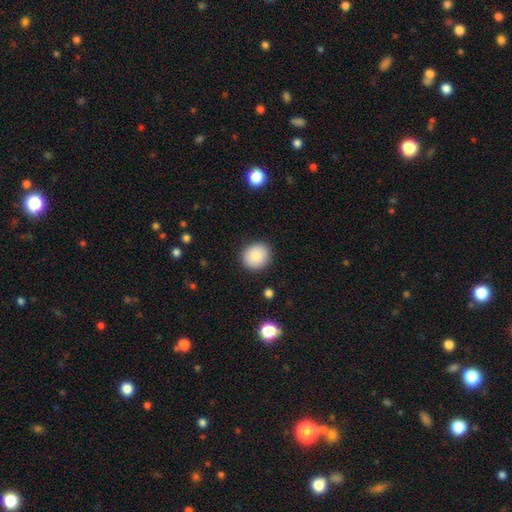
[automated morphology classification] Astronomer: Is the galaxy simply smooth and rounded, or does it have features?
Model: smooth — 86%.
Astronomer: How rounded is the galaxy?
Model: round — 80%.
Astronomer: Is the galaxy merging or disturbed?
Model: none — 90%.